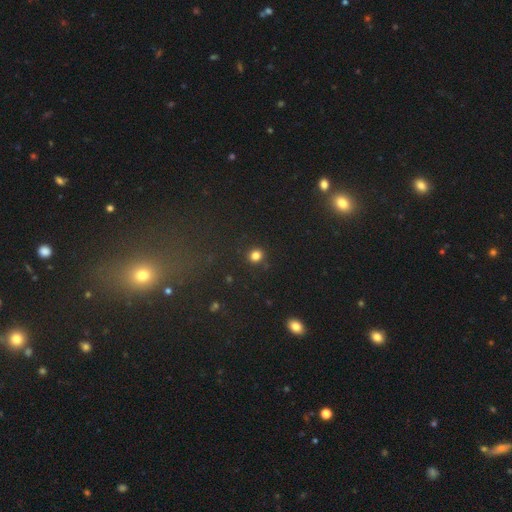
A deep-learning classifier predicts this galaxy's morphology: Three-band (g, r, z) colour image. It shows a smooth galaxy with no disk features (82%) that is round (87%). Merging: none (89%).